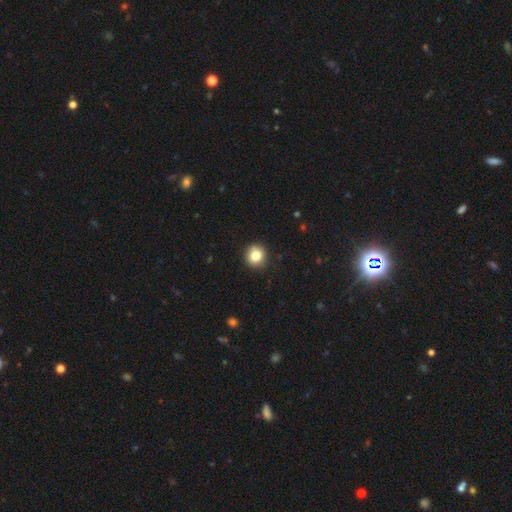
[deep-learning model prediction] Overall: smooth (81%). How rounded: round (92%). Merging: none (89%).